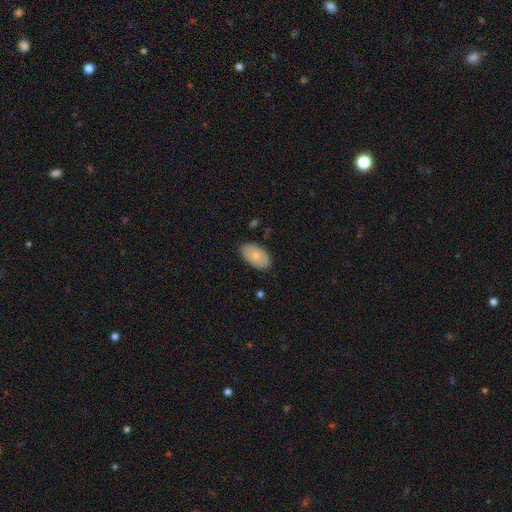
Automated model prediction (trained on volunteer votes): smooth_or_featured: smooth (p=0.74) [alt: featured or disk p=0.19]
how_rounded: in between (p=0.93) [alt: round p=0.05]
merging: none (p=0.85) [alt: minor disturbance p=0.12]